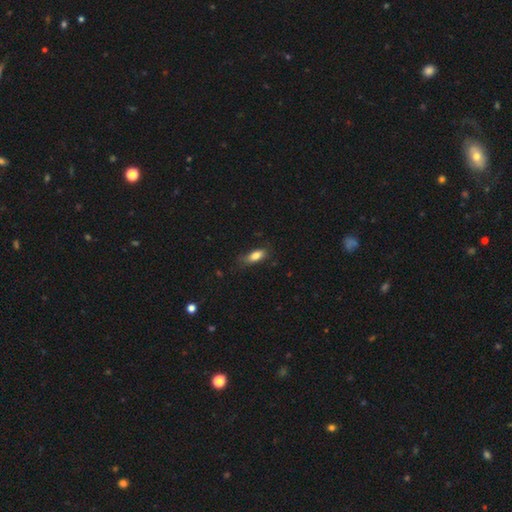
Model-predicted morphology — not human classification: A smooth galaxy with no disk features (81%) that is in between round and cigar-shaped (78%).

Vote fractions:
- Smooth or featured? smooth: 81% / featured or disk: 11% / star or artifact: 8%
- How rounded? in between: 78% / cigar-shaped: 19% / round: 3%
- Merging? none: 66% / minor disturbance: 25% / major disturbance: 7% / merger: 1%